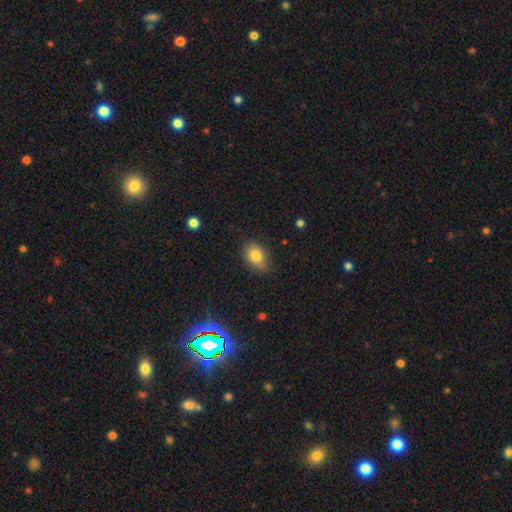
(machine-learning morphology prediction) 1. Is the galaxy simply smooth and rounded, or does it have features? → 82% smooth, 9% featured or disk, 9% star or artifact.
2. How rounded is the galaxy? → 78% in between, 21% round, 1% cigar-shaped.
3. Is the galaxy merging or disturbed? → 75% none, 20% minor disturbance, 4% major disturbance, 1% merger.